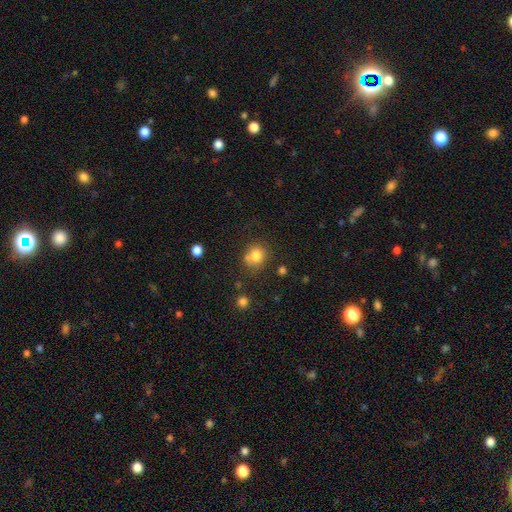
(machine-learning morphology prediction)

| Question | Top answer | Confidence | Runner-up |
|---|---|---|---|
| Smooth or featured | smooth | 79% | star or artifact (12%) |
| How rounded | round | 82% | in between (17%) |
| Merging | none | 64% | merger (16%) |